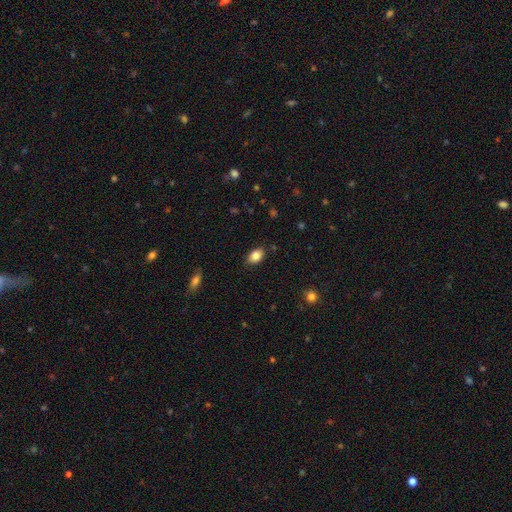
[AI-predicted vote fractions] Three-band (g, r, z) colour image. It shows a smooth galaxy with no disk features (84%) that is in between round and cigar-shaped (86%). Merging: none (84%).